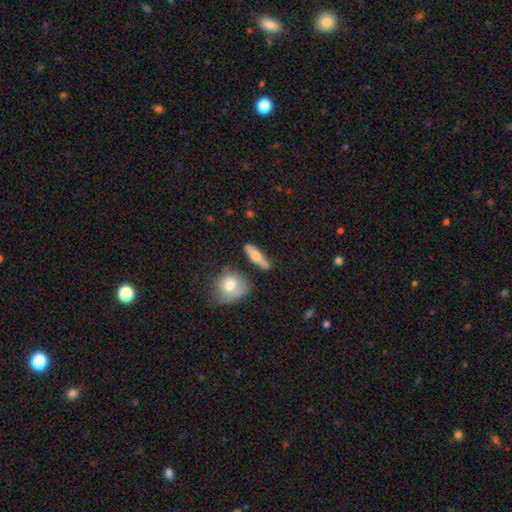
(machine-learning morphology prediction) This is possibly a smooth galaxy (54%). How rounded: possibly cigar-shaped (58%). Merging: likely none (75%).